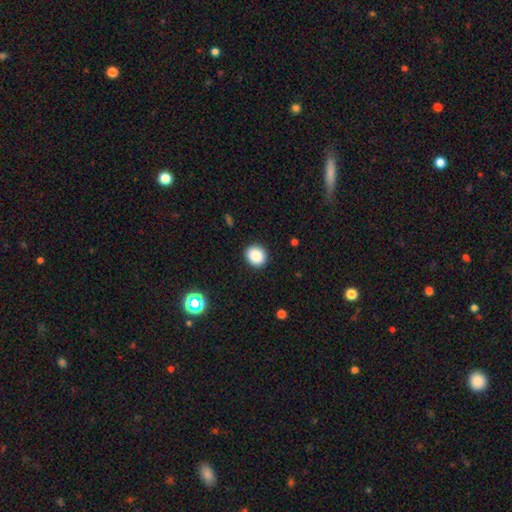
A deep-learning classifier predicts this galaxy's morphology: This is clearly a smooth galaxy (87%). How rounded: likely round (73%). Merging: clearly none (90%).